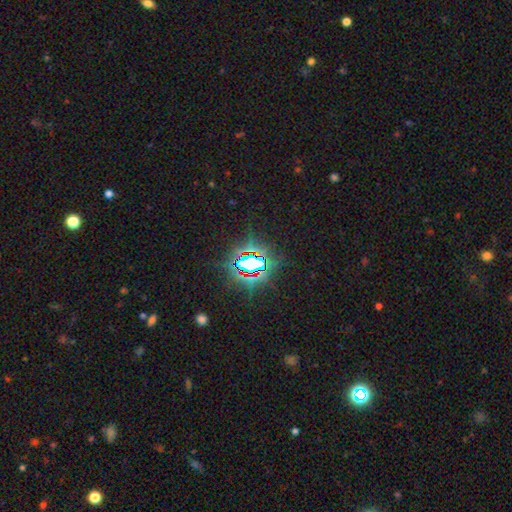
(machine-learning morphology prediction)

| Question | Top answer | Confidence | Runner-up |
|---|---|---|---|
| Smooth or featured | star or artifact | 81% | smooth (11%) |